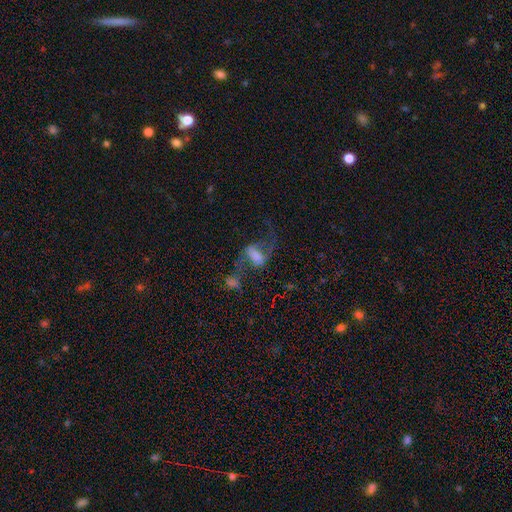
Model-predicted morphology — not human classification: Smooth or featured? Predicted: featured or disk (p=0.58). Edge-on disk? Predicted: no (p=0.94). Bar? Predicted: weak (p=0.40). Spiral arms? Predicted: yes (p=0.77). Bulge size? Predicted: none (p=0.26, tied with moderate). Merging? Predicted: none (p=0.34).